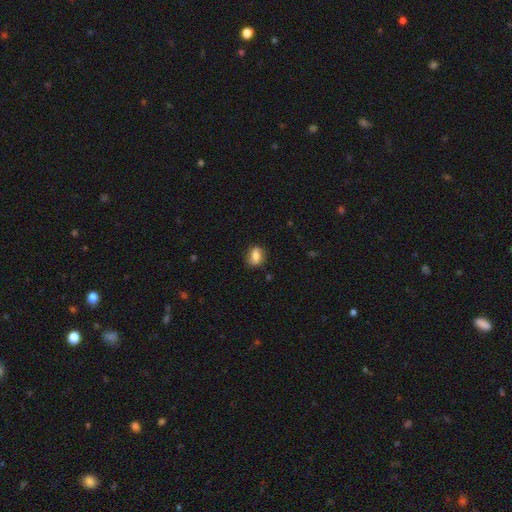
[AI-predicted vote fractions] Smooth or featured? smooth (72%)
How rounded? in between (73%)
Merging? none (79%)